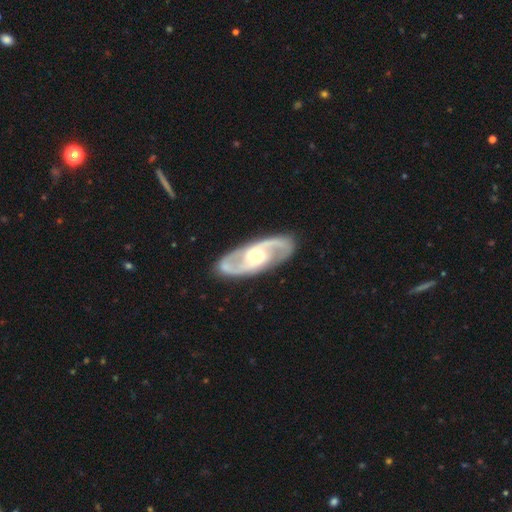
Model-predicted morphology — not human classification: Overall: featured or disk (89%). Edge-on disk: no (94%). Bar: no (48%; weak 36%). Spiral arms: yes (96%). Spiral arm count: 2 (93%). Spiral winding: medium (57%; tight 23%). Bulge size: moderate (47%; small 44%). Merging: none (87%).